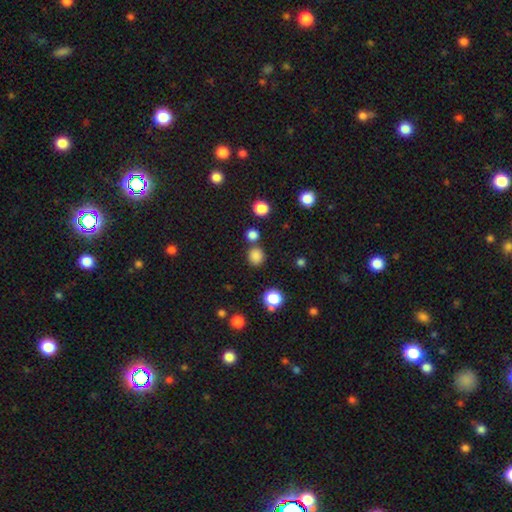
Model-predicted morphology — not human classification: Smooth or featured? smooth (82%)
How rounded? round (87%)
Merging? none (77%)